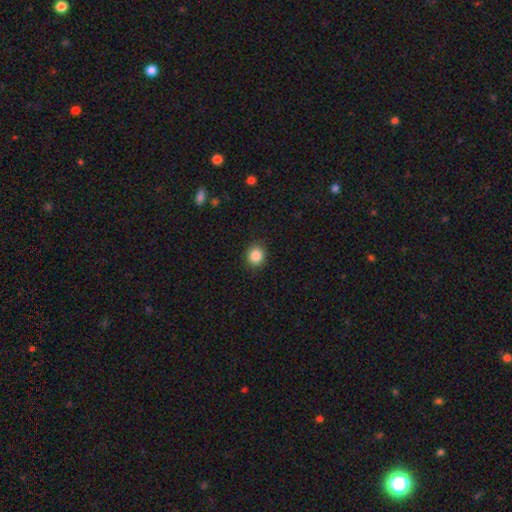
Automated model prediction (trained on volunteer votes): A smooth galaxy with no disk features (86%) that is round (83%). Merging: none (90%).